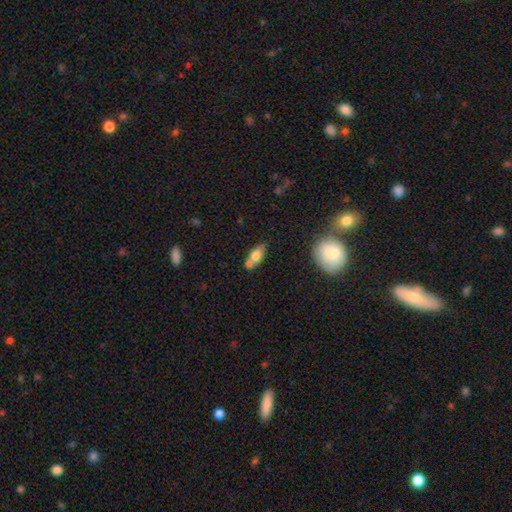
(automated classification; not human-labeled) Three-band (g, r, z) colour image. It shows a smooth galaxy with no disk features (71%) that is in between round and cigar-shaped (79%). Merging: none (50%).